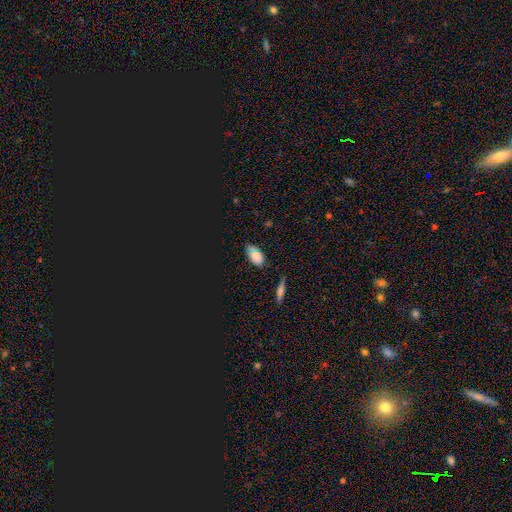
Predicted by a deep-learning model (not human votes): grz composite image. It shows a smooth galaxy with no disk features (68%) that is in between round and cigar-shaped (88%). Merging: none (70%).